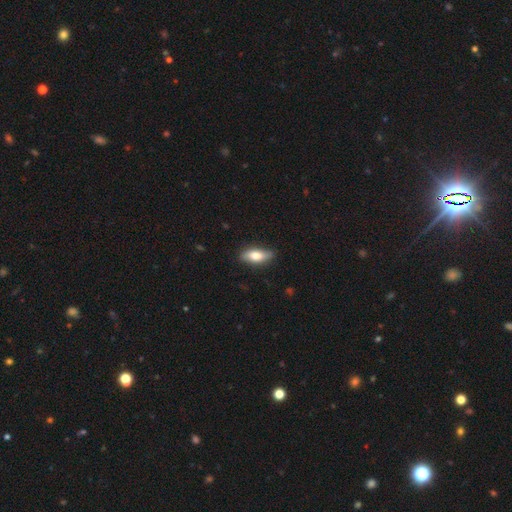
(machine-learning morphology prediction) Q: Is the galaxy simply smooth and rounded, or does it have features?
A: smooth — 70%.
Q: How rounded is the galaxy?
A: in between — 75%.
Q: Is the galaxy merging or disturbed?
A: none — 80%.